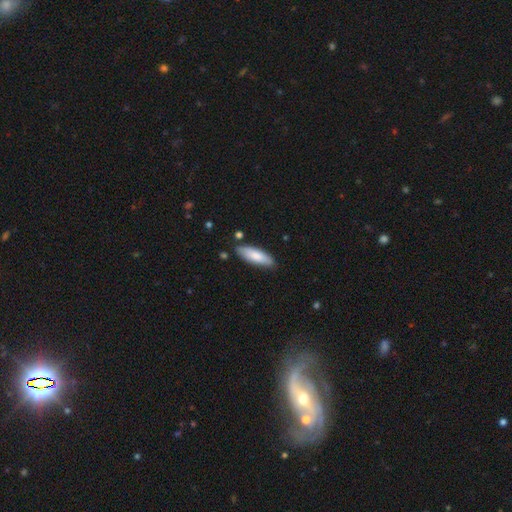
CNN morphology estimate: Smooth or featured? smooth (79%)
How rounded? in between (53%)
Merging? none (82%)